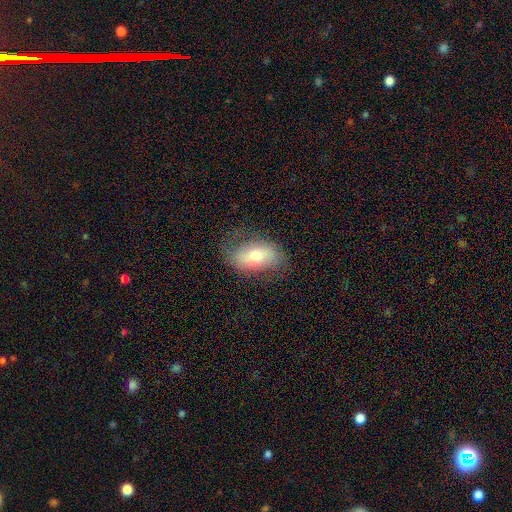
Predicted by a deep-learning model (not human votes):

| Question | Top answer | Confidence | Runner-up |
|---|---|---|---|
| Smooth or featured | smooth | 61% | featured or disk (32%) |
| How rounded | in between | 91% | round (6%) |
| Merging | none | 71% | minor disturbance (20%) |